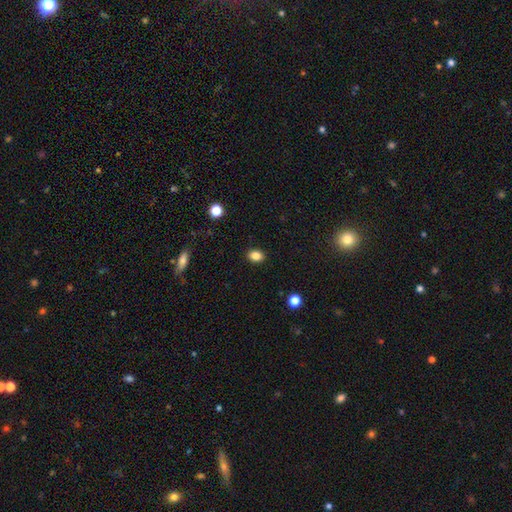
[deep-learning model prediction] Smooth or featured? smooth (85%)
How rounded? in between (67%)
Merging? none (89%)